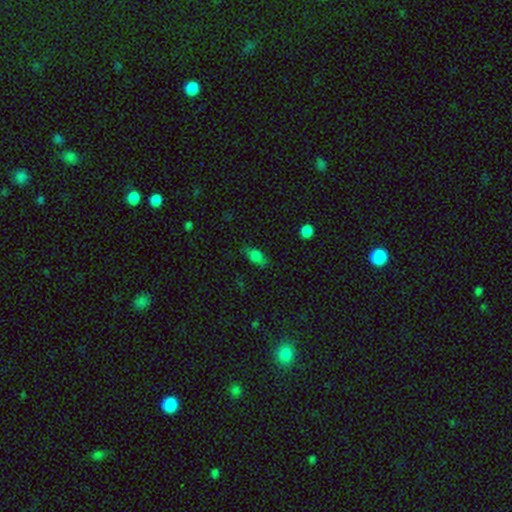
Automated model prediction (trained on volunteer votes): Smooth or featured: smooth — 77% (star or artifact — 12%)
How rounded: in between — 83% (cigar-shaped — 9%)
Merging: none — 74% (minor disturbance — 19%)